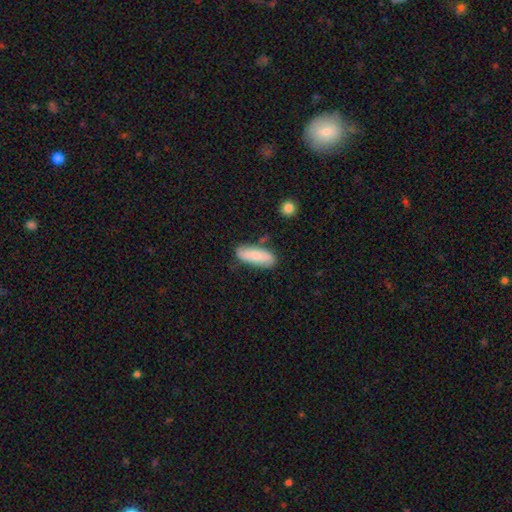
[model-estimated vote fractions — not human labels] Smooth or featured? Predicted: smooth (p=0.75). How rounded? Predicted: in between (p=0.67). Merging? Predicted: none (p=0.75).